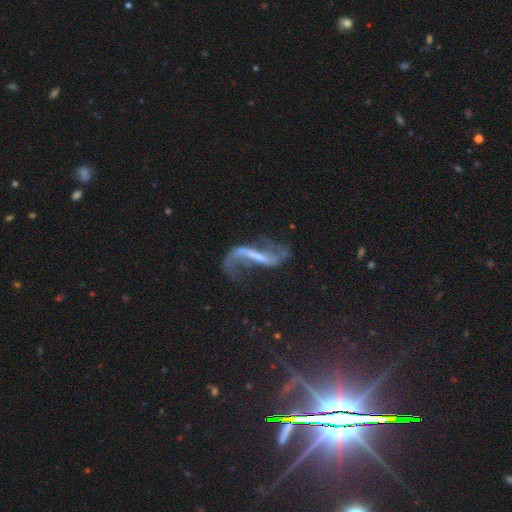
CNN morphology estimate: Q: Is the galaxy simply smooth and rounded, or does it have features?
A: featured or disk — 83%.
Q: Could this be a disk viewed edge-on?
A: no — 92%.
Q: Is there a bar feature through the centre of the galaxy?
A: strong — 52%.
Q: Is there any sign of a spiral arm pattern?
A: yes — 87%.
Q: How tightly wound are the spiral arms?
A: loose — 87%.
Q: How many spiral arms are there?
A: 2 — 79%.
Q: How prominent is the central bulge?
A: small — 44%.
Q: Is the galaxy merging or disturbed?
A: none — 45%.